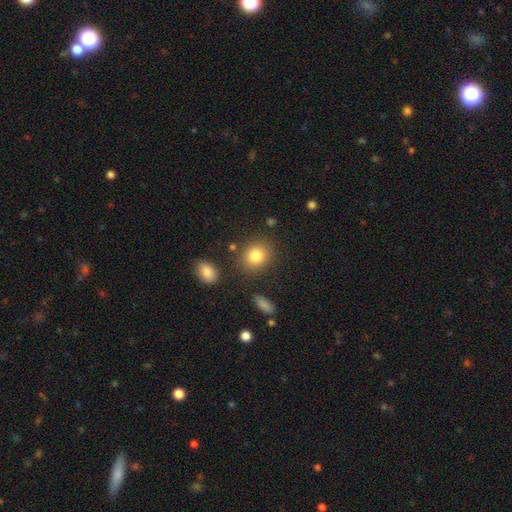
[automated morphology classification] Q: Smooth or featured?
A: smooth (83%); runner-up: star or artifact (10%)
Q: How rounded?
A: round (68%); runner-up: in between (31%)
Q: Merging?
A: none (81%); runner-up: minor disturbance (10%)